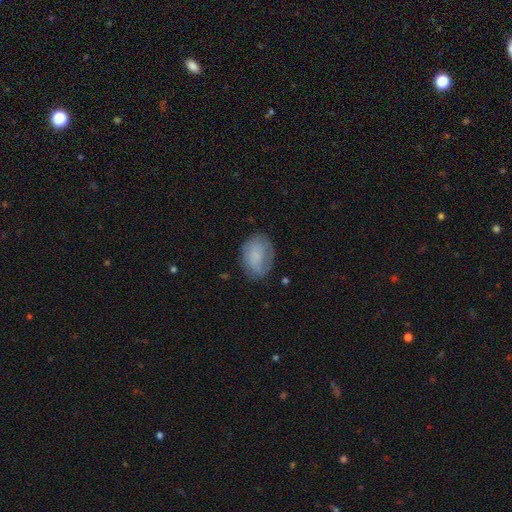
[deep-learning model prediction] Smooth or featured? Predicted: smooth (p=0.68). How rounded? Predicted: in between (p=0.74). Merging? Predicted: none (p=0.66).